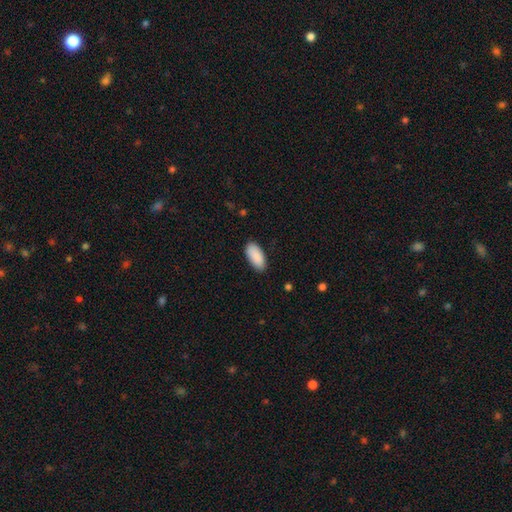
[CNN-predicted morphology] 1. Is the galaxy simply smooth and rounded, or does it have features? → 91% smooth, 6% star or artifact, 3% featured or disk.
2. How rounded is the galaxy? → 92% in between, 6% cigar-shaped, 2% round.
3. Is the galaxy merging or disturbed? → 88% none, 10% minor disturbance, 2% major disturbance, 1% merger.